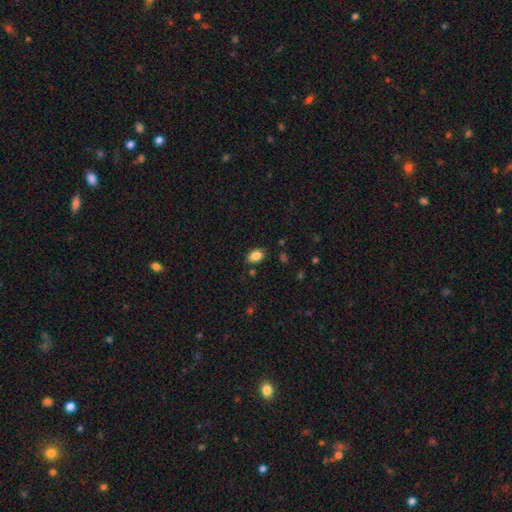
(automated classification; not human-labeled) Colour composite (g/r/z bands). It shows a smooth galaxy with no disk features (86%) that is in between round and cigar-shaped (84%). Merging: none (83%).